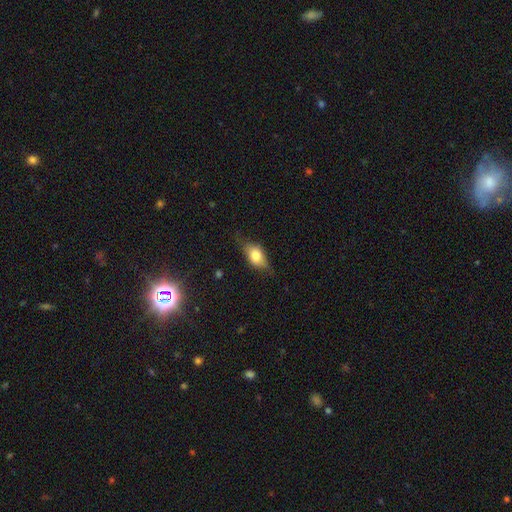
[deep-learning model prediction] The model was most divided on "merging": none: 66%, minor disturbance: 25%, major disturbance: 7%, merger: 1%. More confident: how rounded — in between (81%); smooth or featured — smooth (70%).